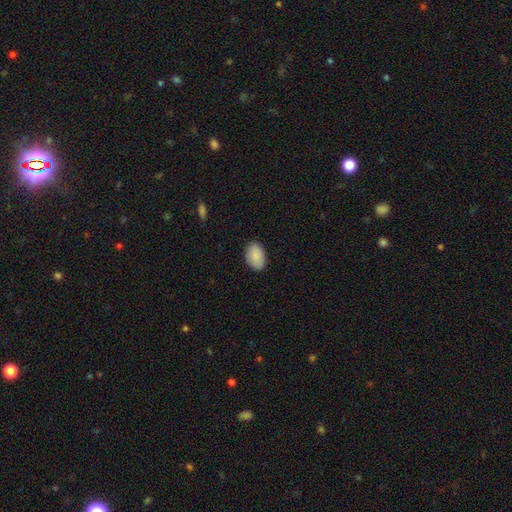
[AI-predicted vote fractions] smooth_or_featured: smooth (p=0.90) [alt: star or artifact p=0.06]
how_rounded: in between (p=0.90) [alt: round p=0.09]
merging: none (p=0.87) [alt: minor disturbance p=0.10]